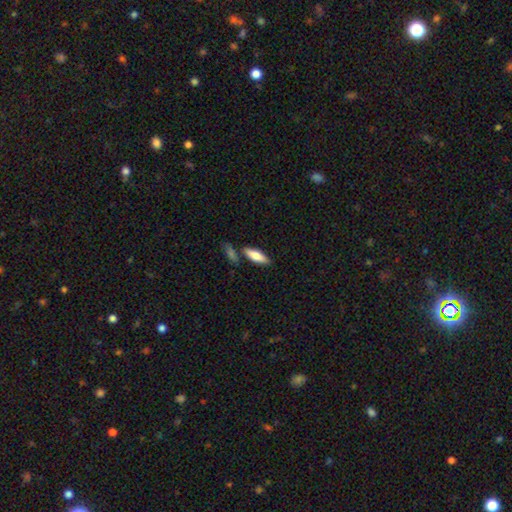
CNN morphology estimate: A smooth galaxy with no disk features (70%) that is in between round and cigar-shaped (56%). Merging: none (74%).